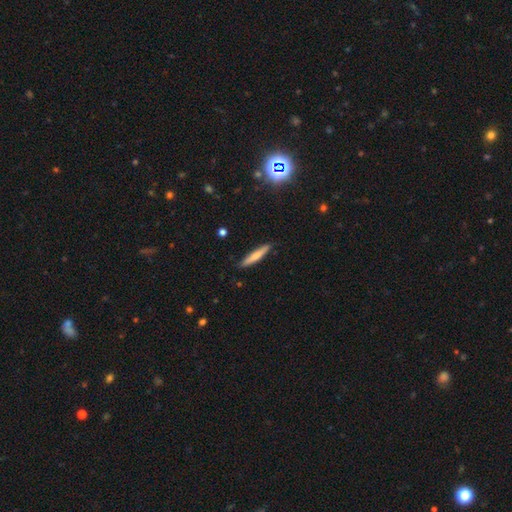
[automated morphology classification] Smooth or featured: smooth — 68% (featured or disk — 26%)
How rounded: cigar-shaped — 92% (in between — 7%)
Merging: none — 87% (minor disturbance — 10%)